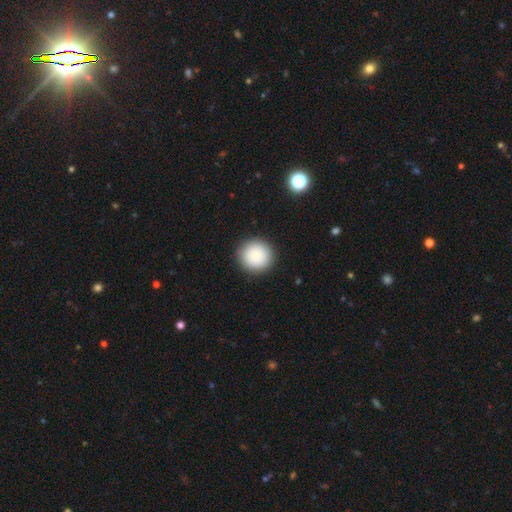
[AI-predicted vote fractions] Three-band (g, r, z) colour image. It shows a smooth galaxy with no disk features (87%) that is round (93%). Merging: none (91%).